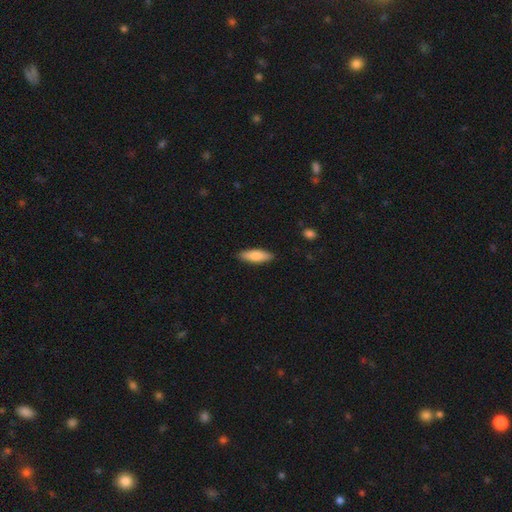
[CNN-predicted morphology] Smooth or featured? smooth (81%)
How rounded? in between (52%)
Merging? none (88%)